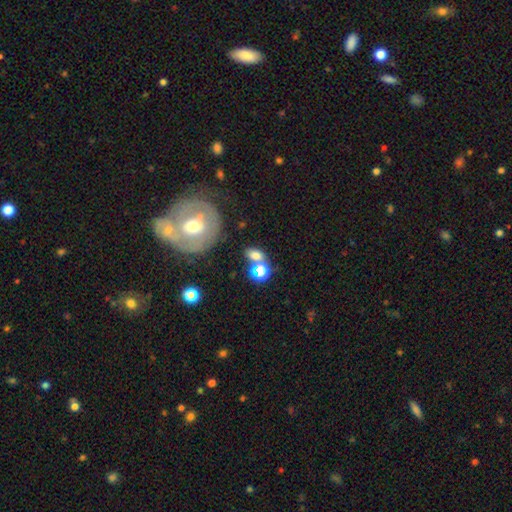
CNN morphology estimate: Smooth or featured? smooth (68%)
How rounded? in between (70%)
Merging? none (50%)